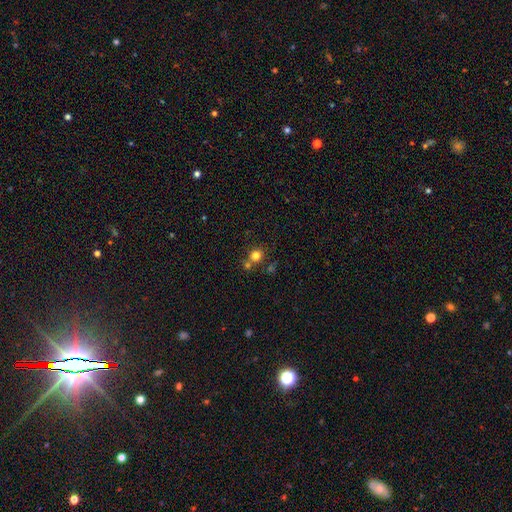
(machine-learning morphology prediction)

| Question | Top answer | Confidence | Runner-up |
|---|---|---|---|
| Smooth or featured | smooth | 79% | star or artifact (14%) |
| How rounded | round | 85% | in between (14%) |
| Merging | none | 65% | merger (23%) |